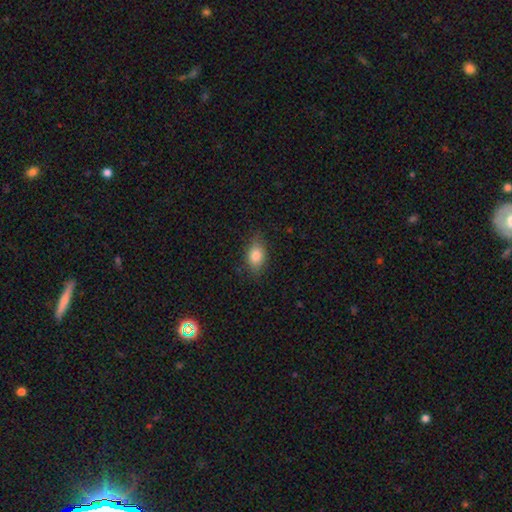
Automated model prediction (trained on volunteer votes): A smooth galaxy with no disk features (82%) that is in between round and cigar-shaped (84%). Merging: none (78%).